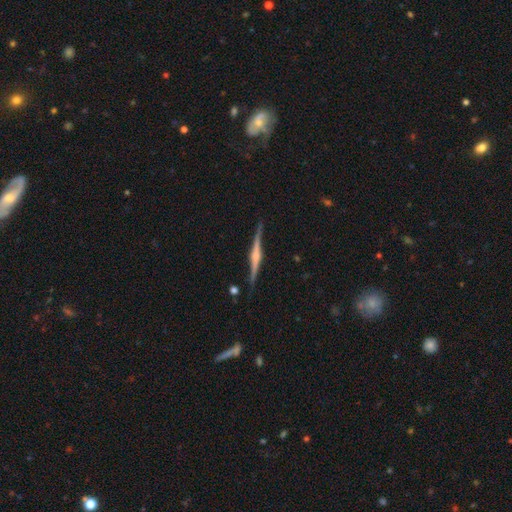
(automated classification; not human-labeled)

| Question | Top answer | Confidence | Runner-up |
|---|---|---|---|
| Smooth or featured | featured or disk | 83% | smooth (11%) |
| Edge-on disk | yes | 98% | no (2%) |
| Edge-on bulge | rounded | 83% | boxy (11%) |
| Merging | none | 88% | minor disturbance (9%) |